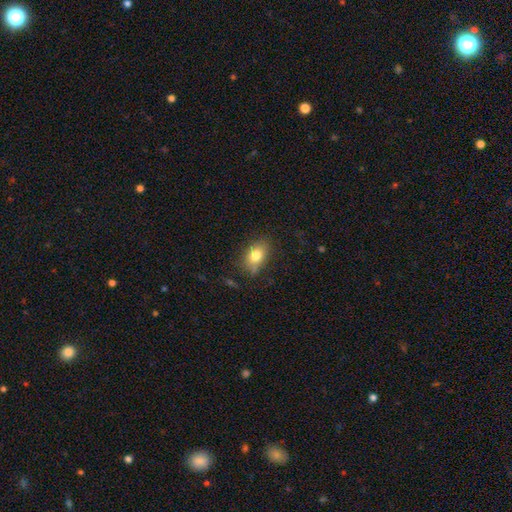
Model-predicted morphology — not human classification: Smooth or featured?
  - smooth: 78% *
  - featured or disk: 13%
  - star or artifact: 9%
How rounded?
  - in between: 80% *
  - round: 17%
  - cigar-shaped: 3%
Merging?
  - none: 73% *
  - minor disturbance: 20%
  - major disturbance: 5%
  - merger: 2%